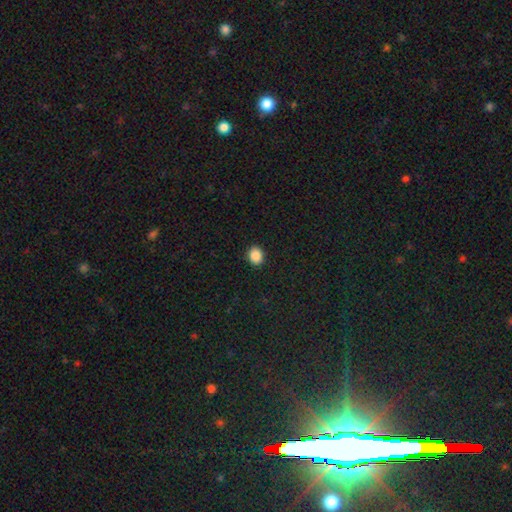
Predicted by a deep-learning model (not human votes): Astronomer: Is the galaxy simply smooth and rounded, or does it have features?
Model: smooth — 88%.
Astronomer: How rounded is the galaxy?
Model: round — 57% (runner-up: in between, 42%).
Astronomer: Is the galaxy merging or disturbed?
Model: none — 91%.